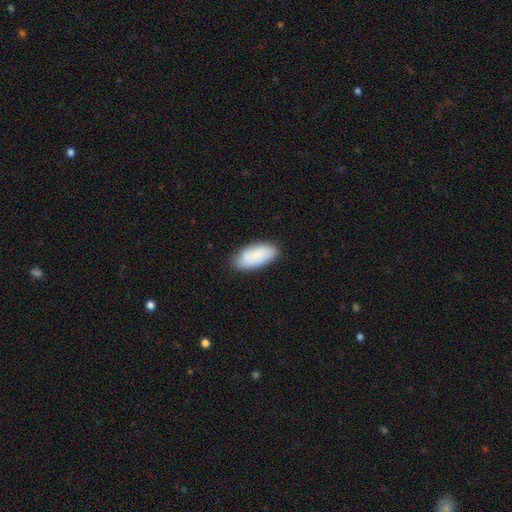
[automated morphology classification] smooth-or-featured: smooth: 80% | featured or disk: 14% | star or artifact: 6%
  how-rounded: in between: 90% | cigar-shaped: 8% | round: 2%
  merging: none: 78% | minor disturbance: 18% | major disturbance: 3% | merger: 2%